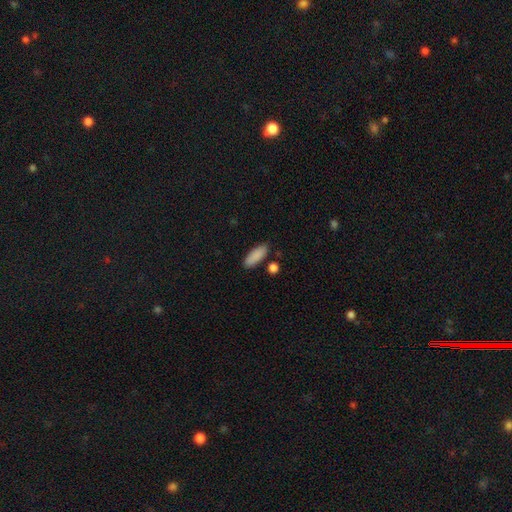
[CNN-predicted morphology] This is clearly a smooth galaxy (89%). How rounded: likely in between (70%). Merging: clearly none (82%).